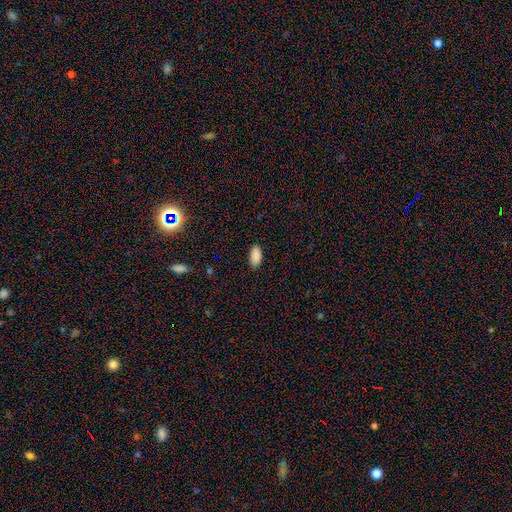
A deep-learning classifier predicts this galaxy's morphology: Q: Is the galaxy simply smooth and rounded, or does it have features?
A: smooth — 88%.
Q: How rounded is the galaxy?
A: in between — 93%.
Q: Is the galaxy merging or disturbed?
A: none — 86%.